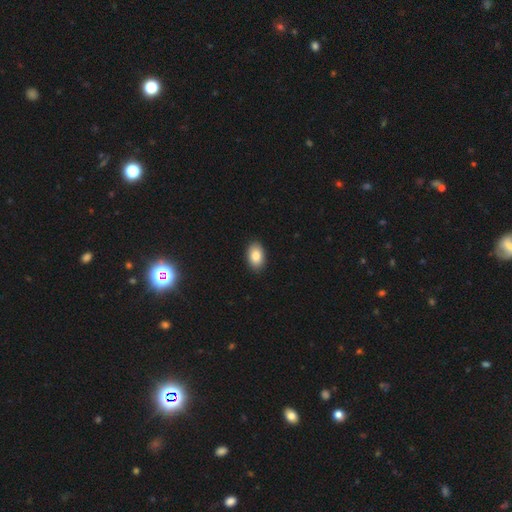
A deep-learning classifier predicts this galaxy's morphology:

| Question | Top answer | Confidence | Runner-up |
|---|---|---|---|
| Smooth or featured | smooth | 85% | featured or disk (8%) |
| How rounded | in between | 89% | round (10%) |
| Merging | none | 91% | minor disturbance (7%) |